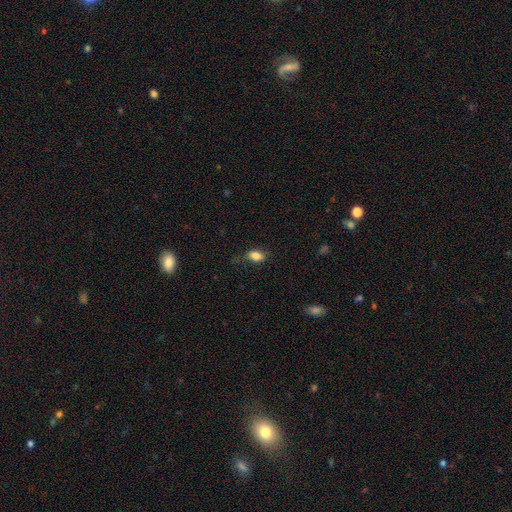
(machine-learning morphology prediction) type=smooth (84%); roundness=in between (84%); merging=none (70%).